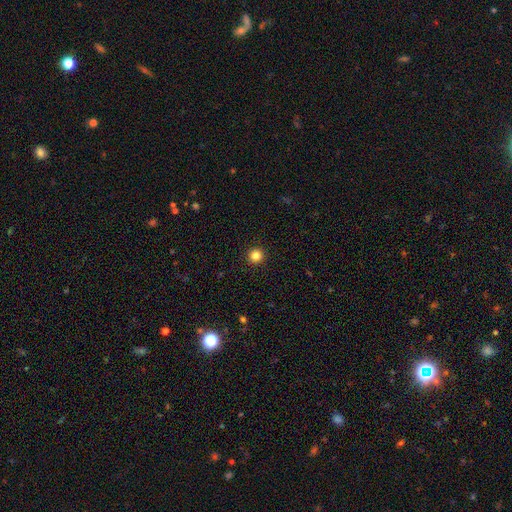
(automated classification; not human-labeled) Smooth or featured? smooth (84%)
How rounded? round (96%)
Merging? none (93%)